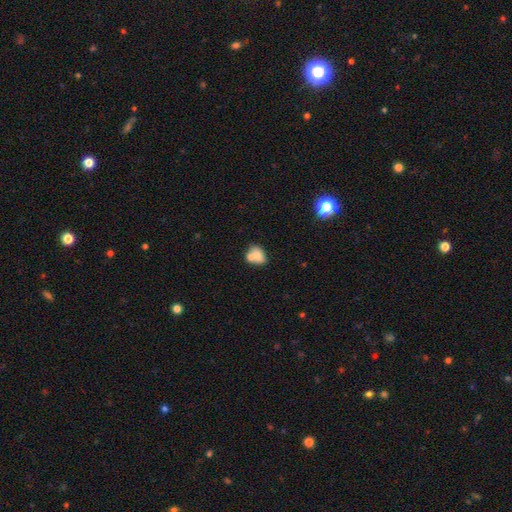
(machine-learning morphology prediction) The model was most divided on "how rounded": in between: 57%, round: 42%, cigar-shaped: 1%. Remaining: smooth or featured — smooth (71%); merging — merger (49%).